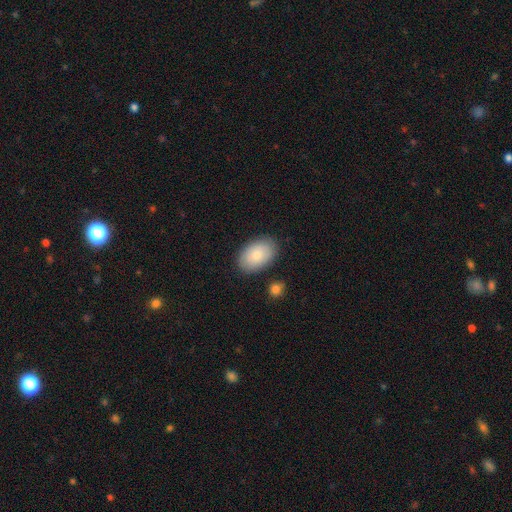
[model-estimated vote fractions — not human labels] The model was most divided on "smooth or featured": smooth: 81%, featured or disk: 13%, star or artifact: 6%. More confident: how rounded — in between (91%); merging — none (84%).